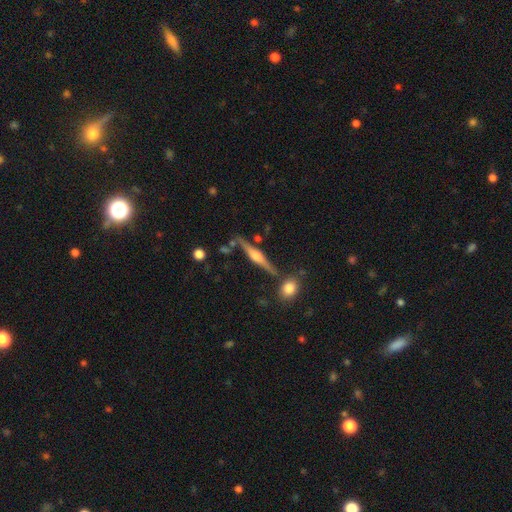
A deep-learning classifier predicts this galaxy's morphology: Smooth or featured?
  - featured or disk: 75% *
  - smooth: 19%
  - star or artifact: 6%
Edge-on disk?
  - yes: 97% *
  - no: 3%
Edge-on bulge?
  - rounded: 85% *
  - boxy: 10%
  - none: 4%
Merging?
  - none: 80% *
  - minor disturbance: 11%
  - merger: 6%
  - major disturbance: 3%